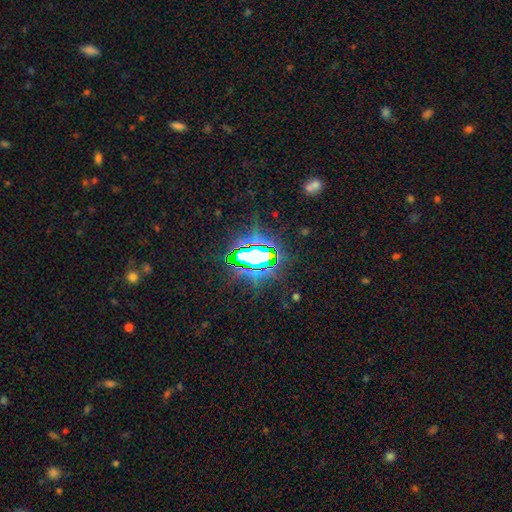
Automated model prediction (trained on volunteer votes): Smooth or featured? Predicted: star or artifact (p=0.72).